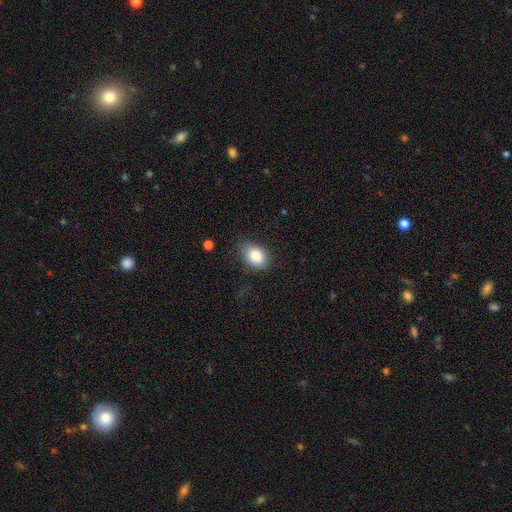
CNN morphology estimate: Smooth or featured? Predicted: smooth (p=0.83). How rounded? Predicted: in between (p=0.81). Merging? Predicted: none (p=0.73).